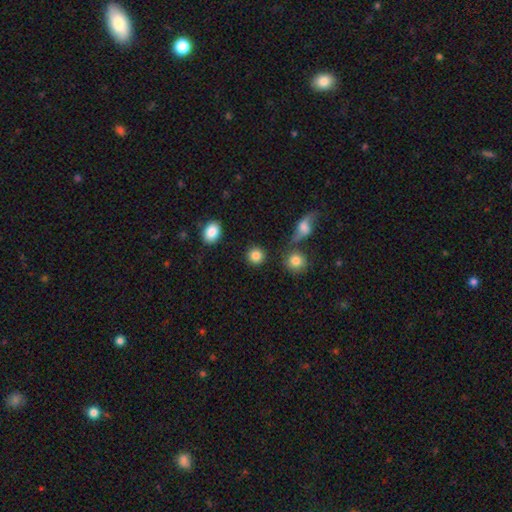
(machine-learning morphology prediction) type=smooth (85%); roundness=round (91%); merging=none (87%).